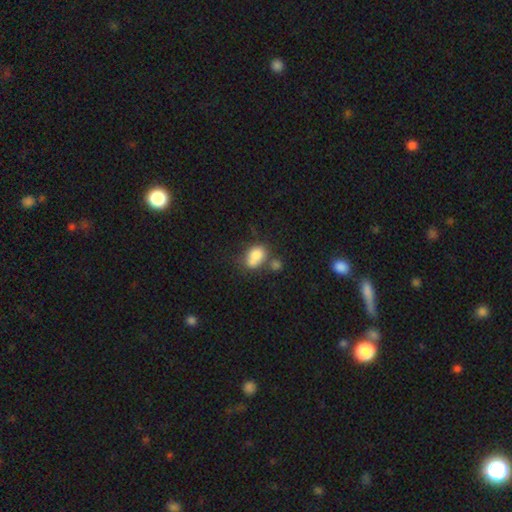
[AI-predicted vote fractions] Morphology: type=smooth (79%); roundness=in between (75%); merging=merger (37%).